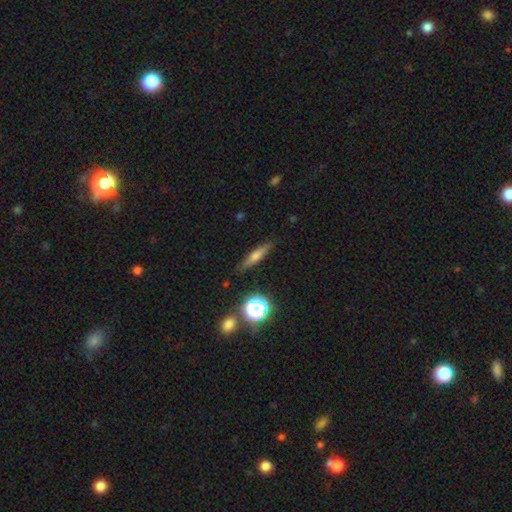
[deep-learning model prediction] This is possibly a smooth galaxy (55%). How rounded: likely cigar-shaped (77%). Merging: clearly none (87%).